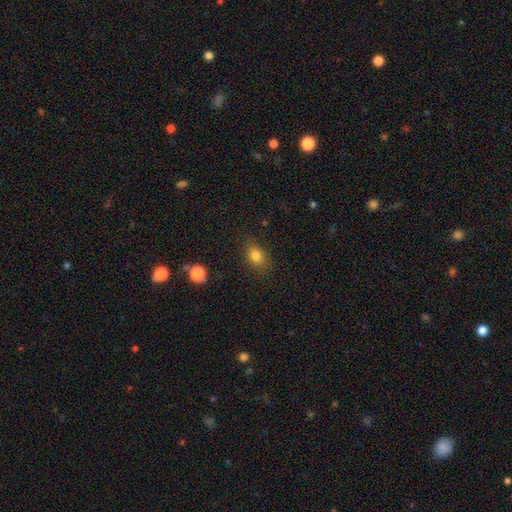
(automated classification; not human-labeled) A smooth galaxy with no disk features (80%) that is in between round and cigar-shaped (70%).

Vote fractions:
- Smooth or featured? smooth: 80% / star or artifact: 11% / featured or disk: 9%
- How rounded? in between: 70% / round: 27% / cigar-shaped: 2%
- Merging? none: 78% / minor disturbance: 16% / major disturbance: 5% / merger: 2%